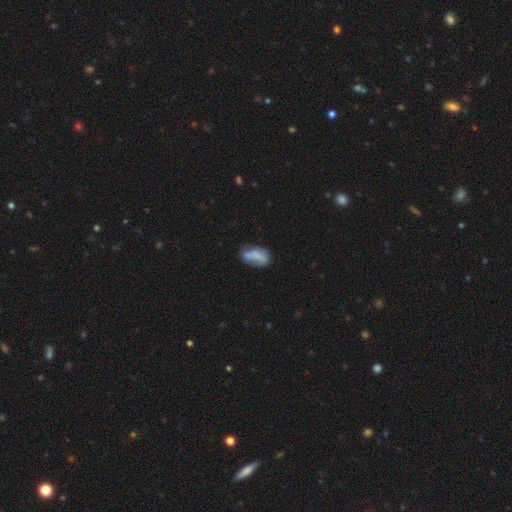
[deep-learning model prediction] Smooth or featured? smooth (65%)
How rounded? in between (87%)
Merging? none (46%)